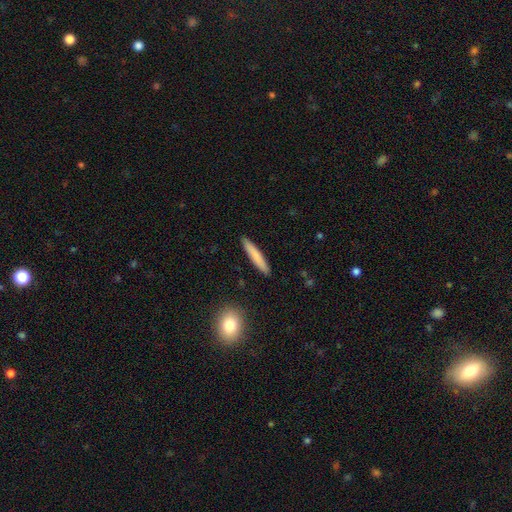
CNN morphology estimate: Q: Smooth or featured?
A: smooth (78%); runner-up: featured or disk (17%)
Q: How rounded?
A: cigar-shaped (93%); runner-up: in between (5%)
Q: Merging?
A: none (91%); runner-up: minor disturbance (6%)